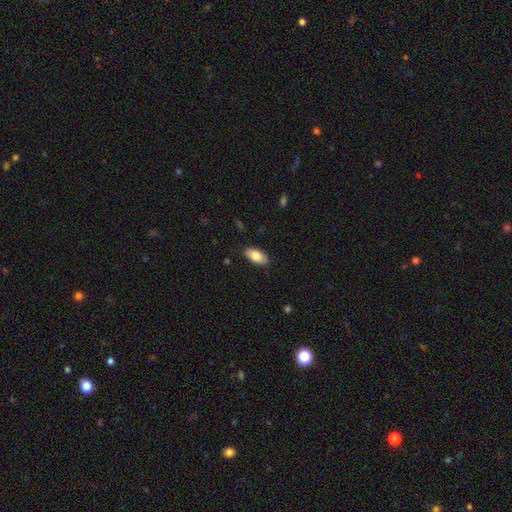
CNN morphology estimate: smooth_or_featured: smooth (p=0.83) [alt: featured or disk p=0.11]
how_rounded: in between (p=0.93) [alt: cigar-shaped p=0.04]
merging: none (p=0.84) [alt: minor disturbance p=0.12]